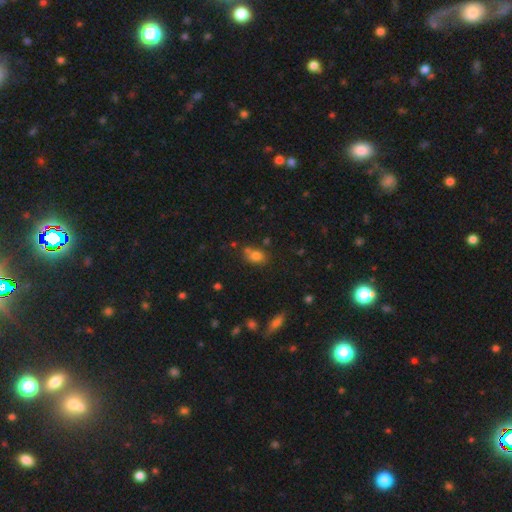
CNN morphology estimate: Smooth or featured? smooth (76%)
How rounded? in between (64%)
Merging? none (57%)